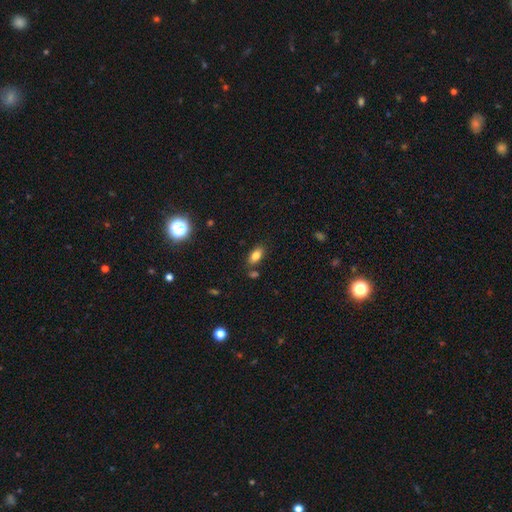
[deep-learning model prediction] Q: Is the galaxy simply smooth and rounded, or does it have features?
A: smooth — 80%.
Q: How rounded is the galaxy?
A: in between — 89%.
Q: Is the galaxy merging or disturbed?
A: none — 78%.